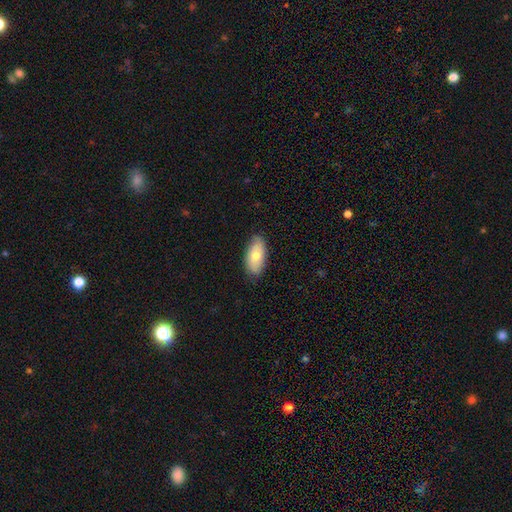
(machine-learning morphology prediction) This appears to be a smooth galaxy with no disk features (76%) that is in between round and cigar-shaped (92%). Merging: none (83%).